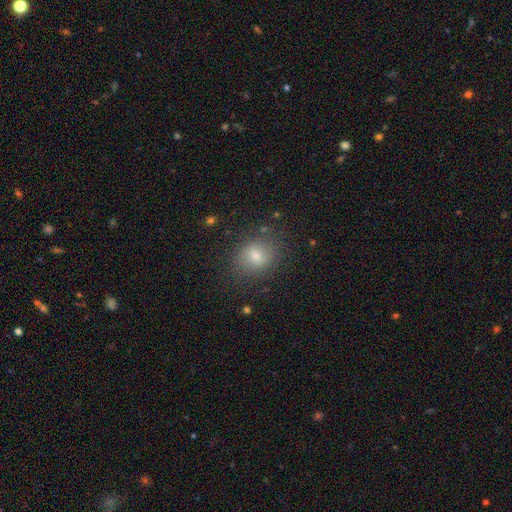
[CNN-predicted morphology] Overall: smooth (74%). How rounded: round (56%; in between 42%). Merging: none (80%).